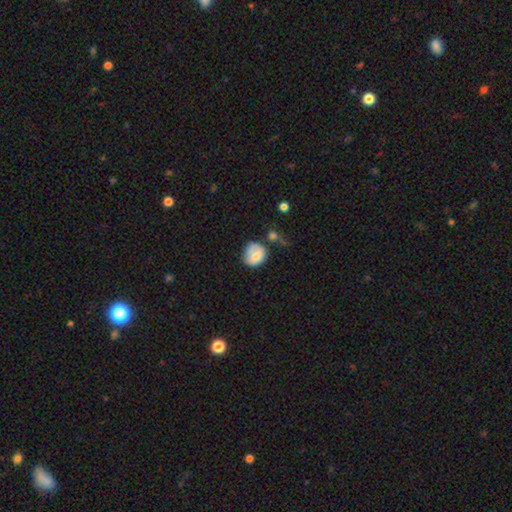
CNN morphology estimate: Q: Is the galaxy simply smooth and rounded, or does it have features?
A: smooth — 72%.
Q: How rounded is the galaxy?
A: round — 67%.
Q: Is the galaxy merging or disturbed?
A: none — 43%.